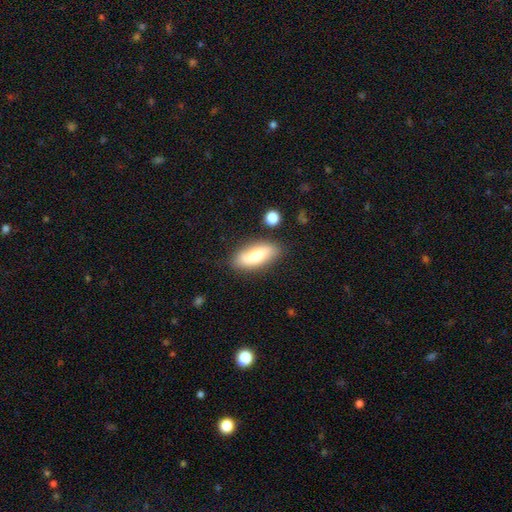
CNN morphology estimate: smooth 70%, featured or disk 23%, star or artifact 7%. Down the decision tree: how rounded — in between (78%); merging — none (79%).